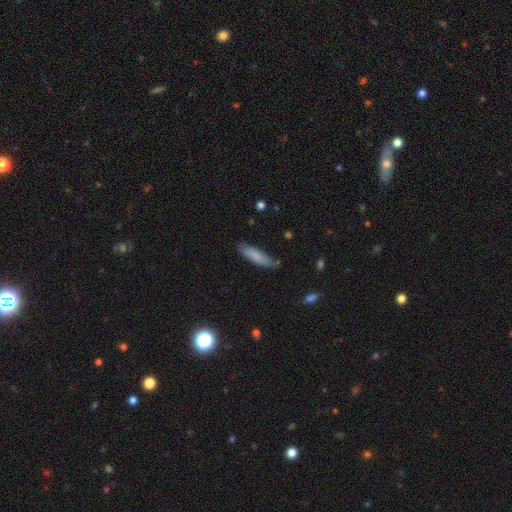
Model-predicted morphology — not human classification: This is clearly a smooth galaxy (82%). How rounded: likely cigar-shaped (65%). Merging: likely none (75%).